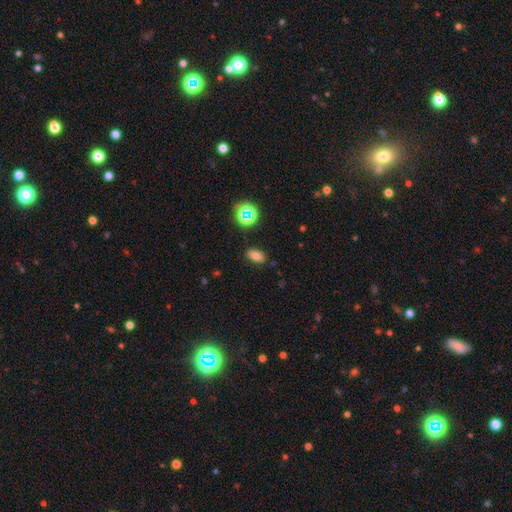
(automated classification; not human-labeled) This appears to be a smooth galaxy with no disk features (73%) that is in between round and cigar-shaped (85%). Merging: none (85%).